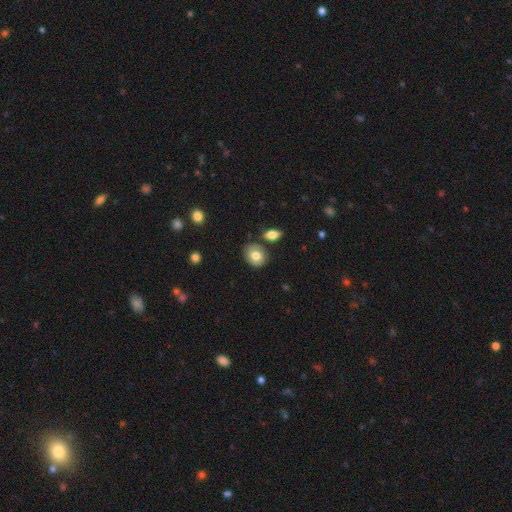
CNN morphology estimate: A smooth galaxy with no disk features (69%) that is in between round and cigar-shaped (52%).

Vote fractions:
- Smooth or featured? smooth: 69% / featured or disk: 23% / star or artifact: 8%
- How rounded? in between: 52% / round: 47% / cigar-shaped: 1%
- Merging? none: 73% / minor disturbance: 15% / merger: 8% / major disturbance: 4%